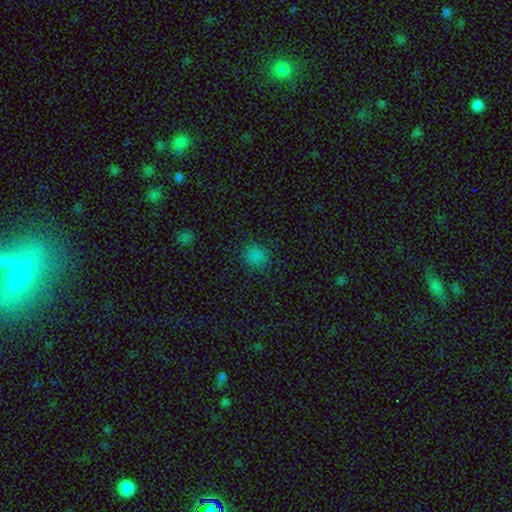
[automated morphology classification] Smooth or featured? smooth (80%)
How rounded? round (87%)
Merging? none (87%)